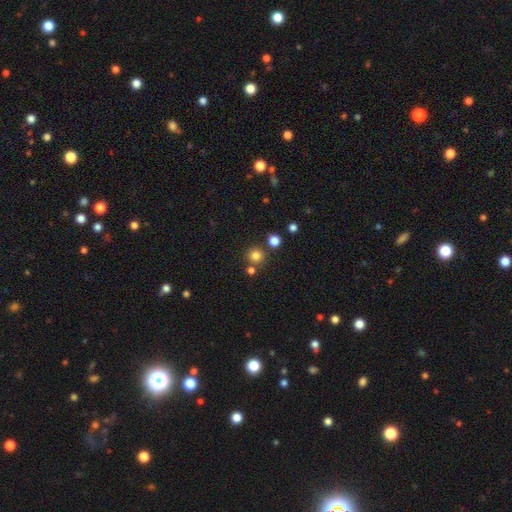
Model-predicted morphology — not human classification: A smooth galaxy with no disk features (79%) that is round (93%). Merging: none (78%).